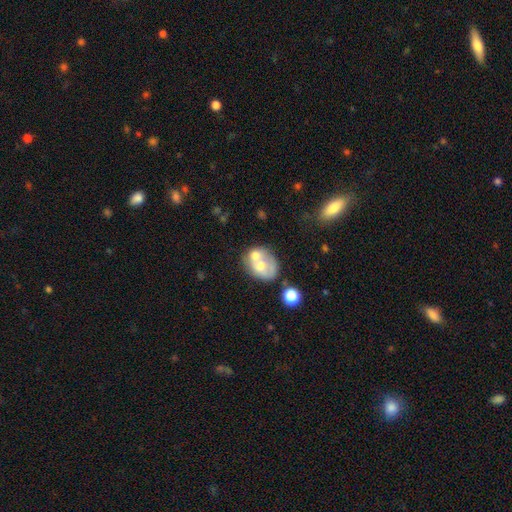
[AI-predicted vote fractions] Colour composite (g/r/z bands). It shows a smooth galaxy with no disk features (55%) that is in between round and cigar-shaped (57%). Merging: merger (52%).